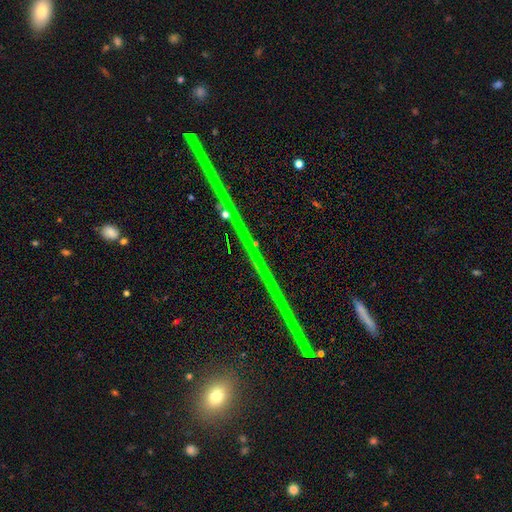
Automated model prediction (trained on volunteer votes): Smooth or featured: star or artifact — 64% (featured or disk — 22%)